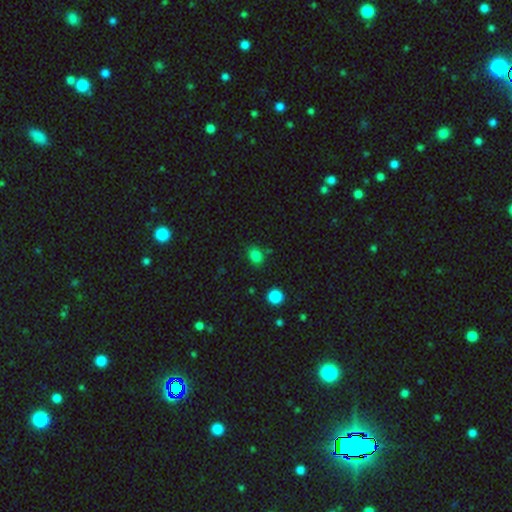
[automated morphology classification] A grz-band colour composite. It shows a smooth galaxy with no disk features (82%) that is in between round and cigar-shaped (55%). Merging: none (80%).